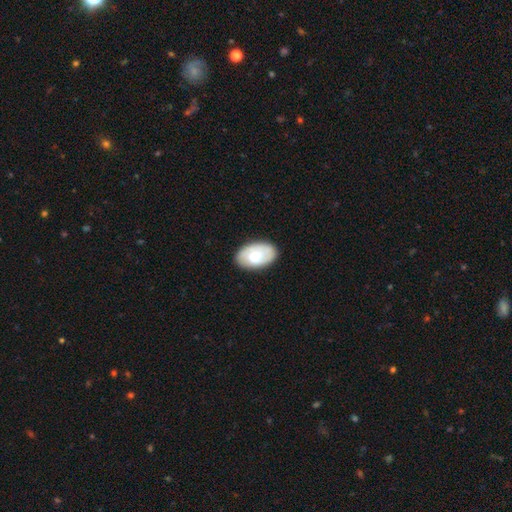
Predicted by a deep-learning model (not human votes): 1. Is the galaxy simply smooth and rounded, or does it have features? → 52% smooth, 43% featured or disk, 6% star or artifact.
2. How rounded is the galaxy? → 92% in between, 7% round, 1% cigar-shaped.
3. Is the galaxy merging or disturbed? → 84% none, 12% minor disturbance, 3% major disturbance, 1% merger.